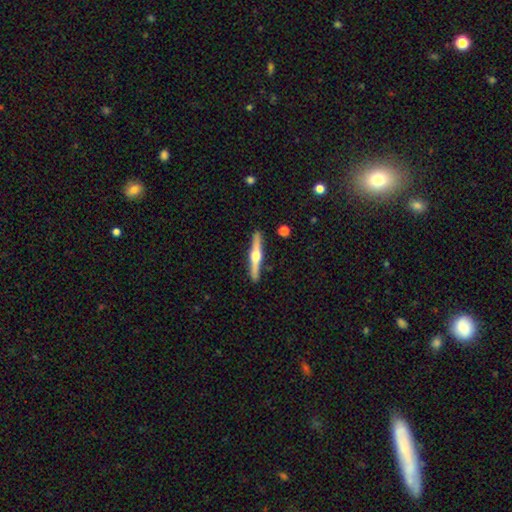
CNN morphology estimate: smooth_or_featured: featured or disk (p=0.73) [alt: smooth p=0.22]
disk_edge_on: yes (p=0.98) [alt: no p=0.02]
edge_on_bulge: rounded (p=0.96) [alt: boxy p=0.02]
merging: none (p=0.91) [alt: minor disturbance p=0.06]